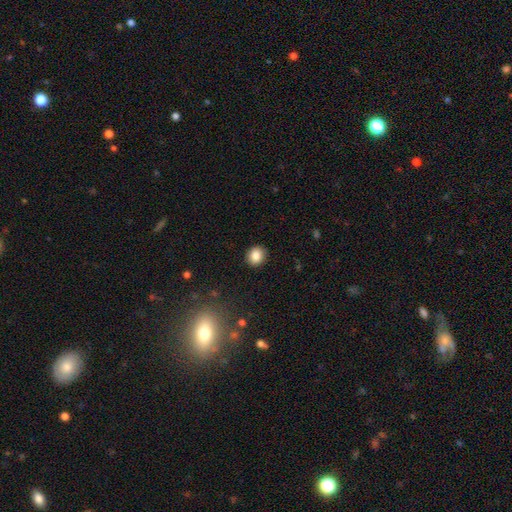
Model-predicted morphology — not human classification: smooth 86%, star or artifact 9%, featured or disk 5%. Down the decision tree: how rounded — round (74%); merging — none (91%).